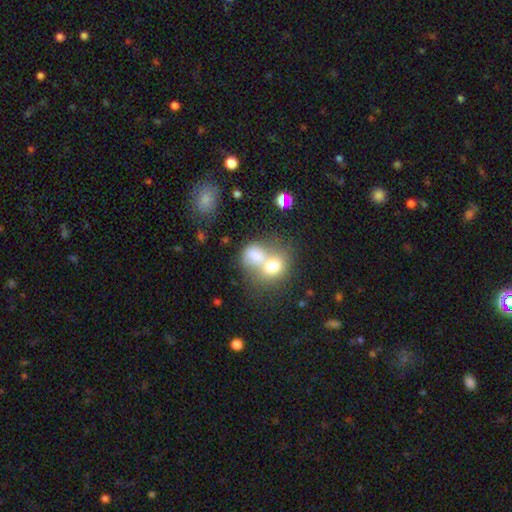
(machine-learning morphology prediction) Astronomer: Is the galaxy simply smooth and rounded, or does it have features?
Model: smooth — 69%.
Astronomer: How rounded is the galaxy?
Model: round — 49%, tied with in between at 49%.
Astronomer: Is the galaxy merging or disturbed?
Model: merger — 67%.